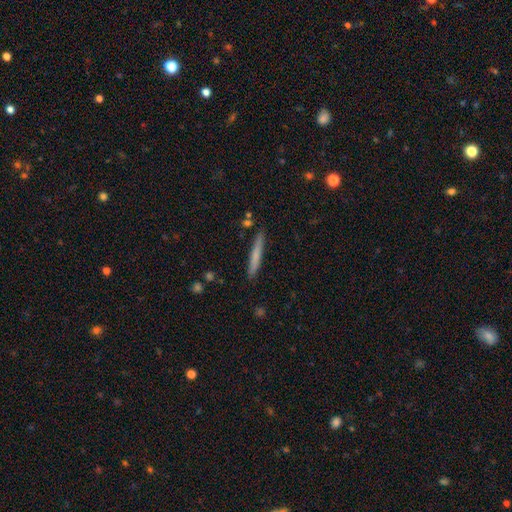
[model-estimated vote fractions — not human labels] Smooth or featured? Predicted: smooth (p=0.66). How rounded? Predicted: cigar-shaped (p=0.96). Merging? Predicted: none (p=0.88).